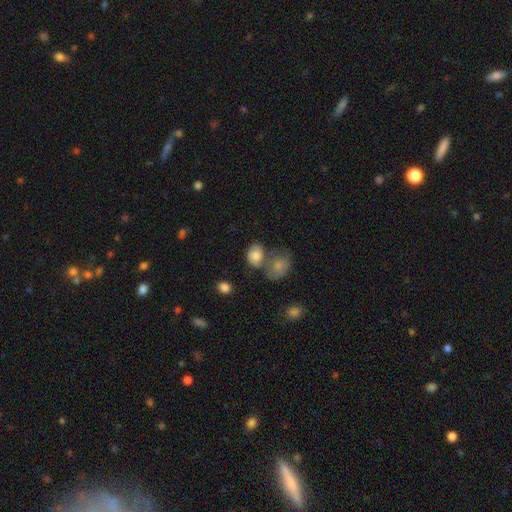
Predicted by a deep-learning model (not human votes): This appears to be a smooth galaxy with no disk features (81%) that is in between round and cigar-shaped (60%). Merging: none (41%).